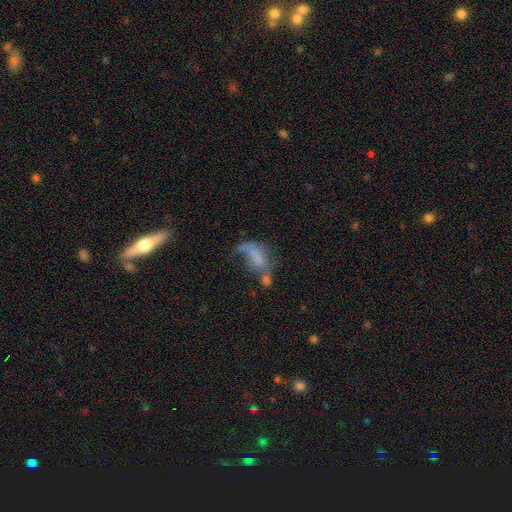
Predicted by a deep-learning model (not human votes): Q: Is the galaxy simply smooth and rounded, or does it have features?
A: smooth — 46%.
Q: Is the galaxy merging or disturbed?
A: major disturbance — 37%.